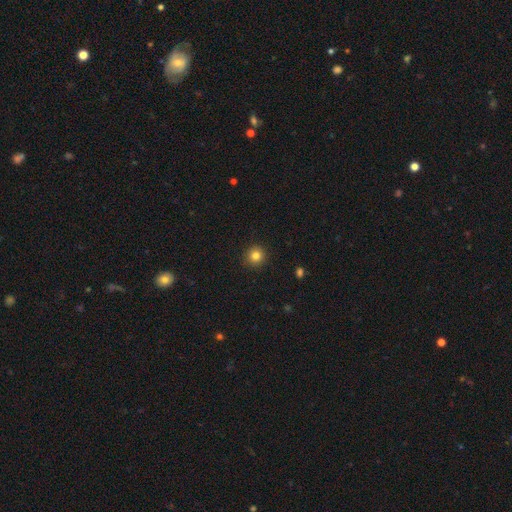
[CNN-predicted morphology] Q: Smooth or featured?
A: smooth (82%); runner-up: star or artifact (12%)
Q: How rounded?
A: round (95%); runner-up: in between (4%)
Q: Merging?
A: none (93%); runner-up: minor disturbance (5%)